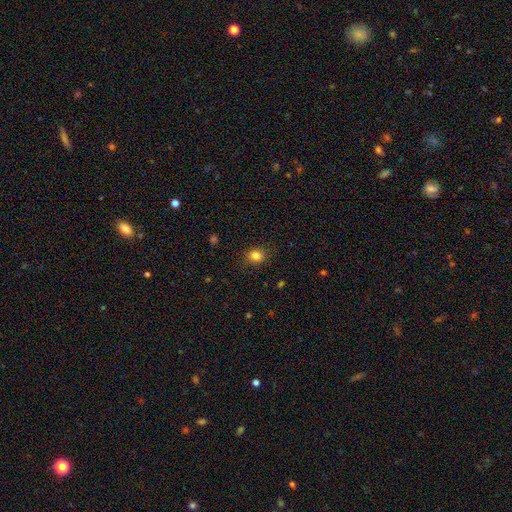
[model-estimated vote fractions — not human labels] Morphology: type=smooth (83%); roundness=round (71%); merging=none (87%).